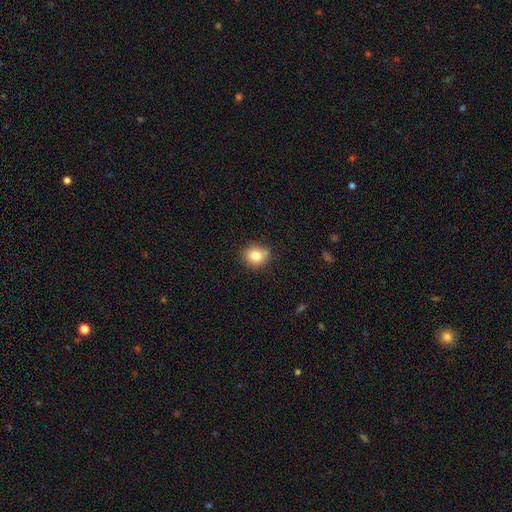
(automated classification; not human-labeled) This appears to be a smooth galaxy with no disk features (82%) that is round (72%). Merging: none (78%).